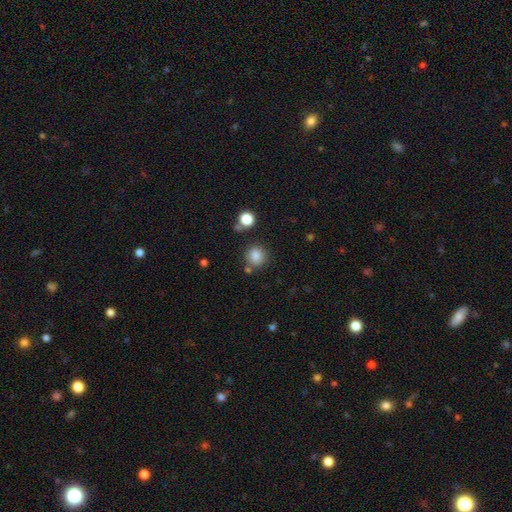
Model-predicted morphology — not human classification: type=smooth (83%); roundness=round (91%); merging=none (79%).